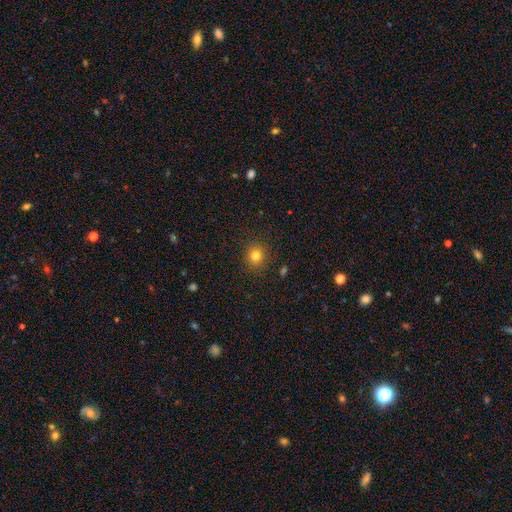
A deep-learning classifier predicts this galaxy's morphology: Overall: smooth (80%). How rounded: round (86%). Merging: none (89%).